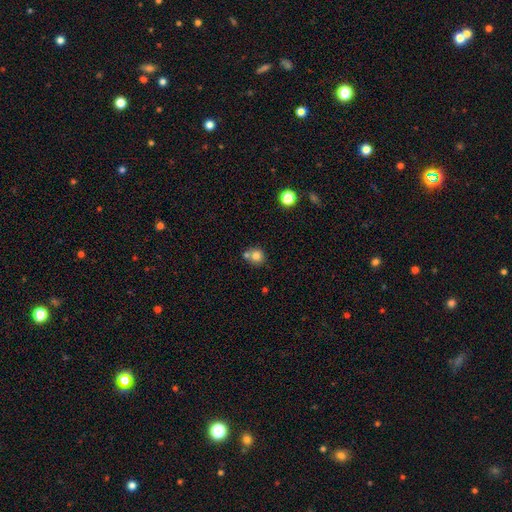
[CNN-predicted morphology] Smooth or featured? Predicted: smooth (p=0.80). How rounded? Predicted: round (p=0.89). Merging? Predicted: none (p=0.56).